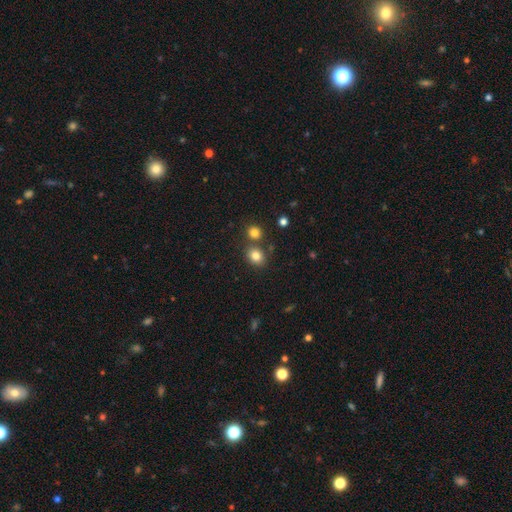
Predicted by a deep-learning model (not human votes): Smooth or featured? smooth (81%)
How rounded? round (63%)
Merging? none (71%)